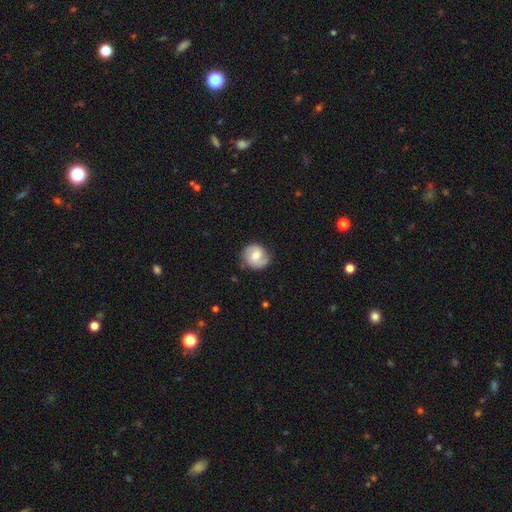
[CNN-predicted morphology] smooth_or_featured: featured or disk (p=0.49) [alt: smooth p=0.44]
merging: none (p=0.75) [alt: minor disturbance p=0.18]